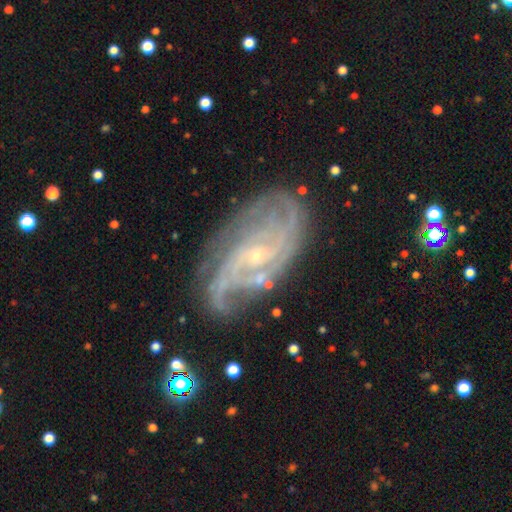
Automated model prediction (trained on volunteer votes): Morphology: type=featured or disk (87%); edge-on=no (95%); bar=no (59%); spiral arms=yes (96%); winding=tight (48%); arm count=can't tell (26%); bulge=small (84%); merging=none (70%).